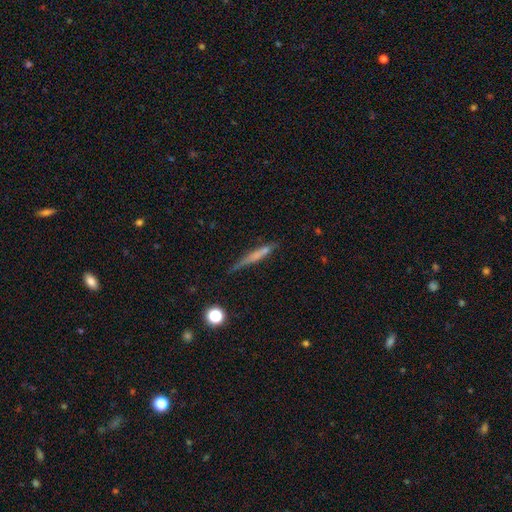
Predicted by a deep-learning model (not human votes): The model was most divided on "smooth or featured": smooth: 50%, featured or disk: 41%, star or artifact: 9%. More confident: how rounded — cigar-shaped (93%); merging — none (74%).